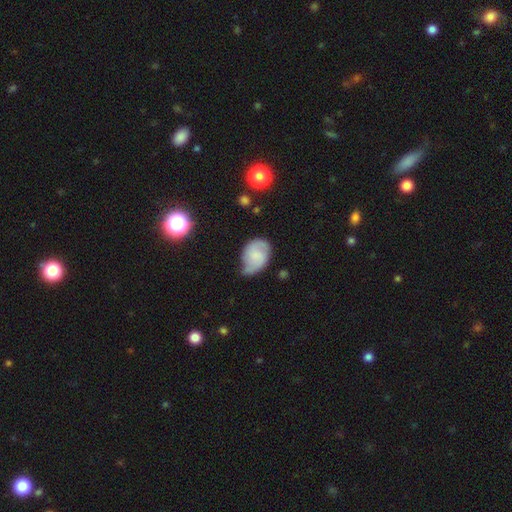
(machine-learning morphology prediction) featured or disk 48%, smooth 44%, star or artifact 8%. Down the decision tree: merging — none (44%).